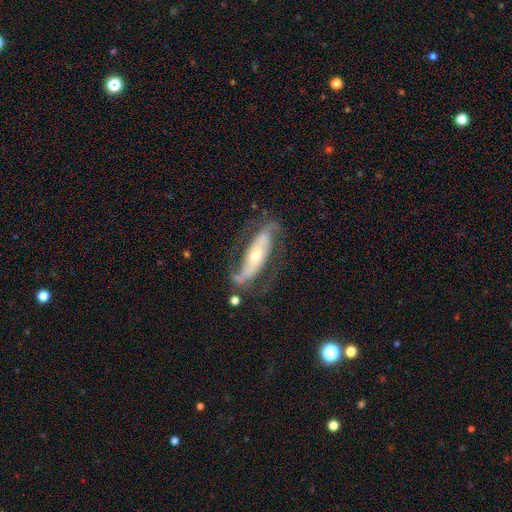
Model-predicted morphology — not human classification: Q: Smooth or featured?
A: featured or disk (80%); runner-up: smooth (15%)
Q: Edge-on disk?
A: no (83%); runner-up: yes (17%)
Q: Bar?
A: no (42%); runner-up: strong (37%)
Q: Spiral arms?
A: yes (88%); runner-up: no (12%)
Q: Spiral winding?
A: medium (40%); runner-up: loose (35%)
Q: Spiral arm count?
A: 2 (85%); runner-up: can't tell (8%)
Q: Bulge size?
A: moderate (50%); runner-up: small (43%)
Q: Merging?
A: none (66%); runner-up: minor disturbance (18%)